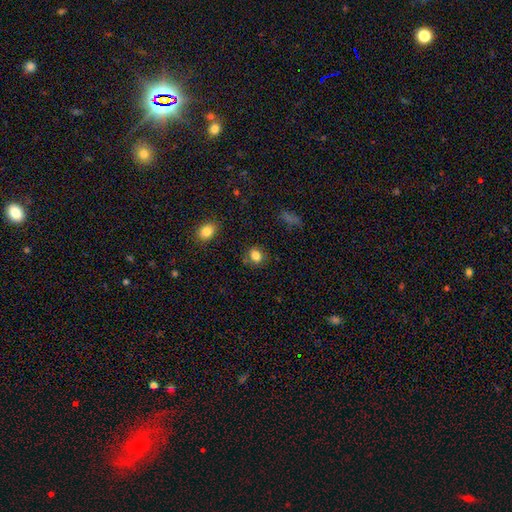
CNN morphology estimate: A smooth galaxy with no disk features (83%) that is round (57%). Merging: none (78%).